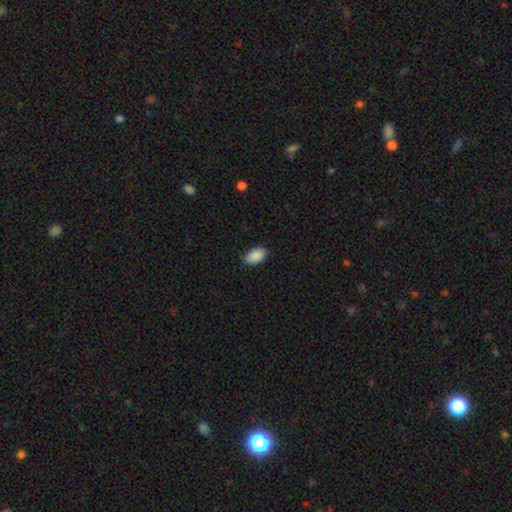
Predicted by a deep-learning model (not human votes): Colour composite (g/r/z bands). It shows a smooth galaxy with no disk features (91%) that is in between round and cigar-shaped (94%). Merging: none (87%).